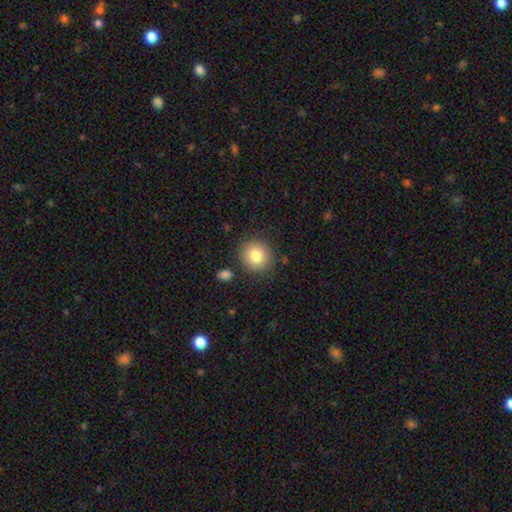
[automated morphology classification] Overall: smooth (81%). How rounded: round (89%). Merging: none (85%).